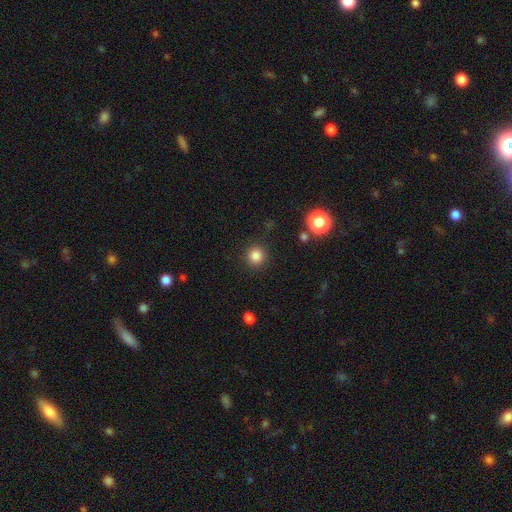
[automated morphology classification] Smooth or featured? Predicted: smooth (p=0.84). How rounded? Predicted: round (p=0.94). Merging? Predicted: none (p=0.90).